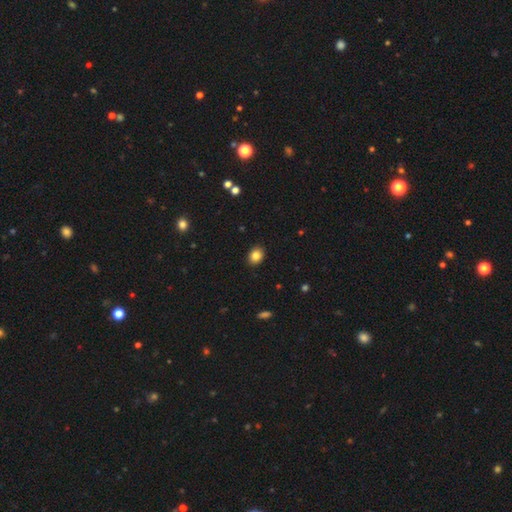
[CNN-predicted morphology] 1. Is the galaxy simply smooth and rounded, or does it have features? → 85% smooth, 10% star or artifact, 5% featured or disk.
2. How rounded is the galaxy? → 51% in between, 48% round, 1% cigar-shaped.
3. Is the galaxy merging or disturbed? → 90% none, 7% minor disturbance, 2% major disturbance, 1% merger.